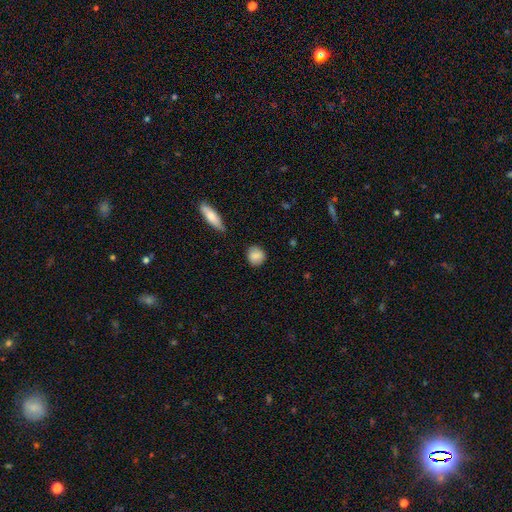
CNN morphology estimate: A smooth galaxy with no disk features (84%) that is round (79%).

Vote fractions:
- Smooth or featured? smooth: 84% / featured or disk: 9% / star or artifact: 7%
- How rounded? round: 79% / in between: 19% / cigar-shaped: 2%
- Merging? none: 83% / minor disturbance: 13% / major disturbance: 3% / merger: 2%